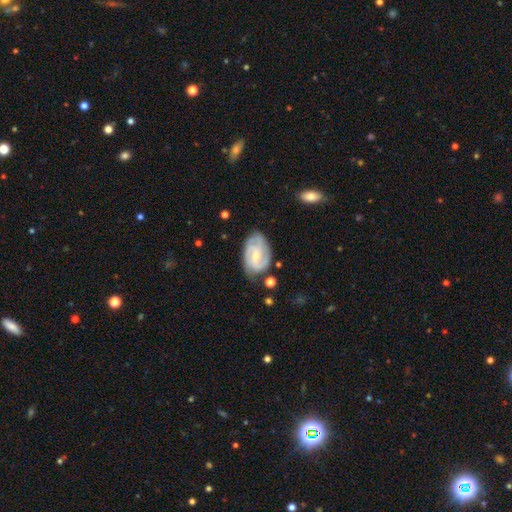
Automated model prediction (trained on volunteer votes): The model was most divided on "spiral arm count": 3: 35%, 2: 34%, can't tell: 17%, 4: 8%, 1: 4%, more than 4: 3%. Remaining: edge-on disk — no (97%); spiral arms — yes (96%); smooth or featured — featured or disk (82%); merging — none (69%); bulge size — small (63%); spiral winding — tight (49%); bar — no (47%).